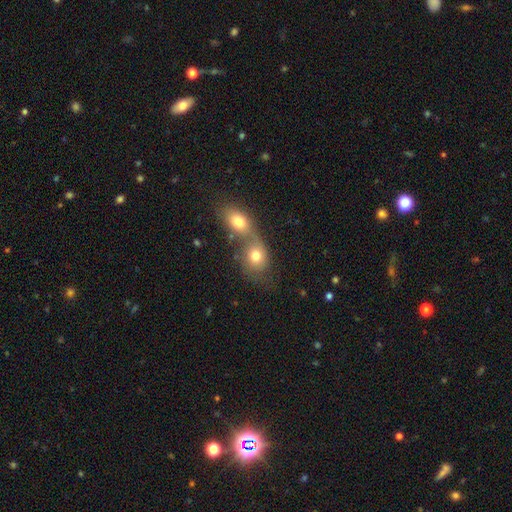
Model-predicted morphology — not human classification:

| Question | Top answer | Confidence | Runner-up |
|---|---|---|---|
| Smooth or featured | smooth | 72% | featured or disk (18%) |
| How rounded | round | 52% | in between (47%) |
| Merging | merger | 66% | none (22%) |